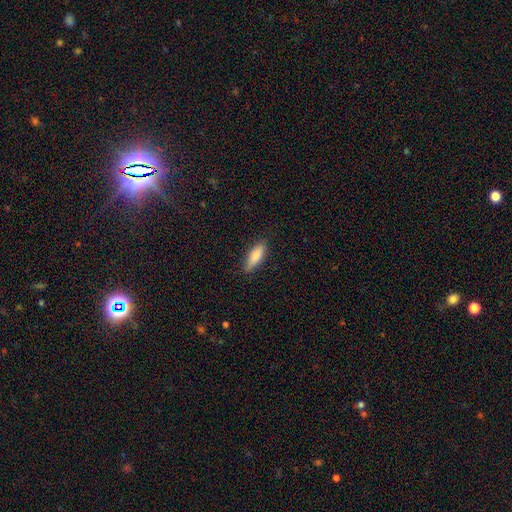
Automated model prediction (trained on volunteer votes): This is clearly a smooth galaxy (83%). How rounded: possibly in between (53%). Merging: clearly none (83%).